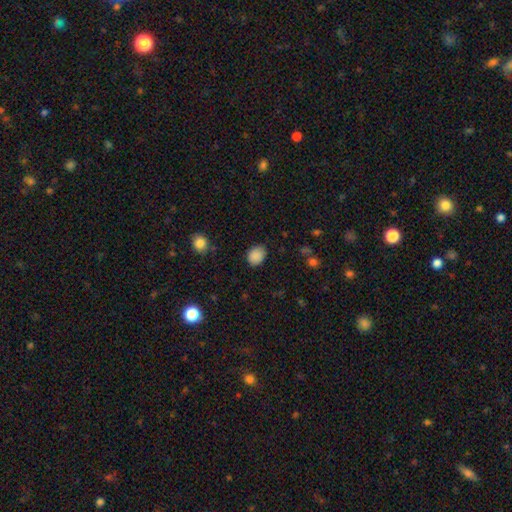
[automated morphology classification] smooth-or-featured: smooth: 87% | star or artifact: 9% | featured or disk: 3%
  how-rounded: round: 50% | in between: 49% | cigar-shaped: 1%
  merging: none: 81% | minor disturbance: 14% | major disturbance: 3% | merger: 1%